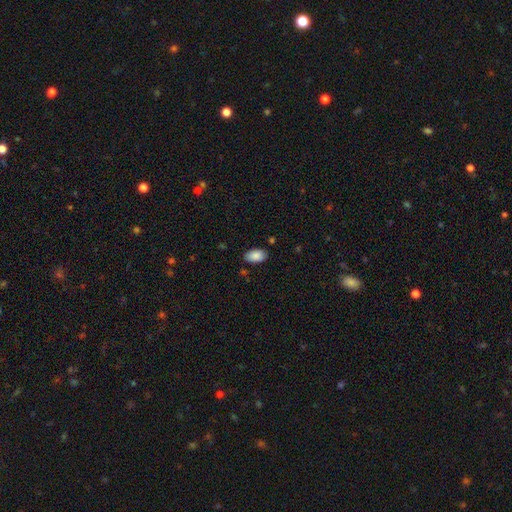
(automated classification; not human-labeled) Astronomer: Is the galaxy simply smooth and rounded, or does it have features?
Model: smooth — 88%.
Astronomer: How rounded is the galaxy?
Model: in between — 95%.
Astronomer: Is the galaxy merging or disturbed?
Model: none — 82%.